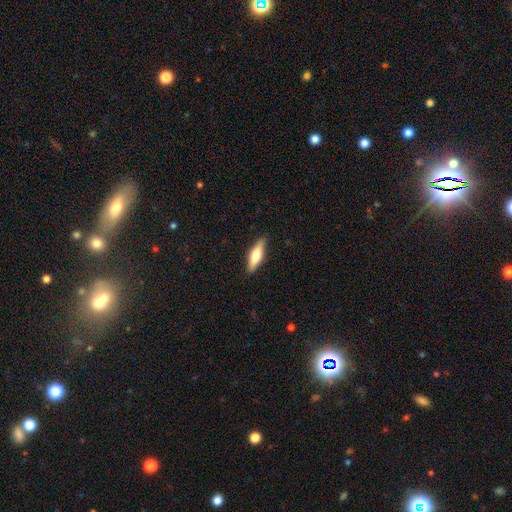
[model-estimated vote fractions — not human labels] Smooth or featured? Predicted: smooth (p=0.60). How rounded? Predicted: cigar-shaped (p=0.57). Merging? Predicted: none (p=0.88).